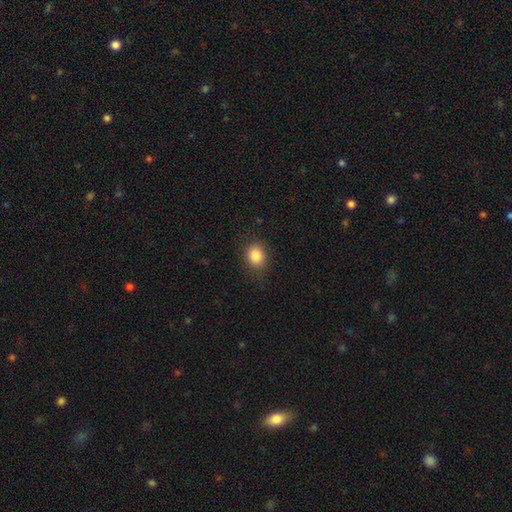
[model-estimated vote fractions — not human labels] Morphology: type=smooth (84%); roundness=round (63%); merging=none (81%).